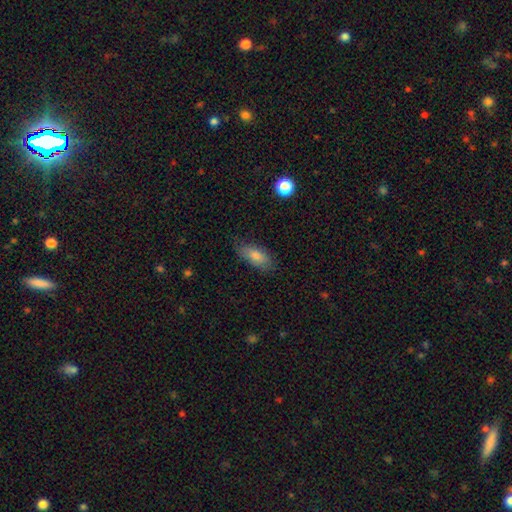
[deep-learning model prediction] Q: Smooth or featured?
A: smooth (78%); runner-up: featured or disk (14%)
Q: How rounded?
A: in between (81%); runner-up: cigar-shaped (16%)
Q: Merging?
A: none (77%); runner-up: minor disturbance (18%)